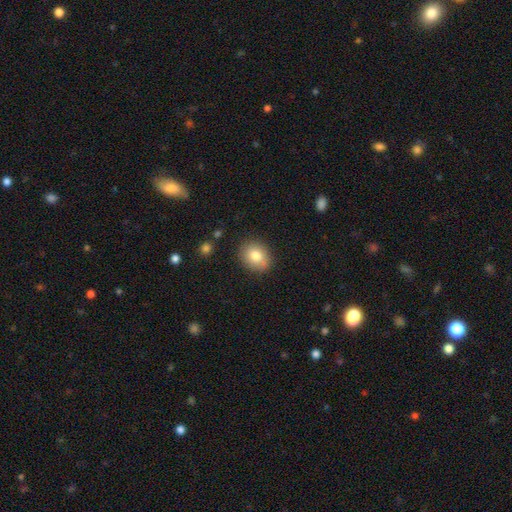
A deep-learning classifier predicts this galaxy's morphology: smooth-or-featured: smooth: 79% | featured or disk: 12% | star or artifact: 9%
  how-rounded: round: 53% | in between: 46% | cigar-shaped: 1%
  merging: none: 84% | minor disturbance: 12% | major disturbance: 3% | merger: 2%